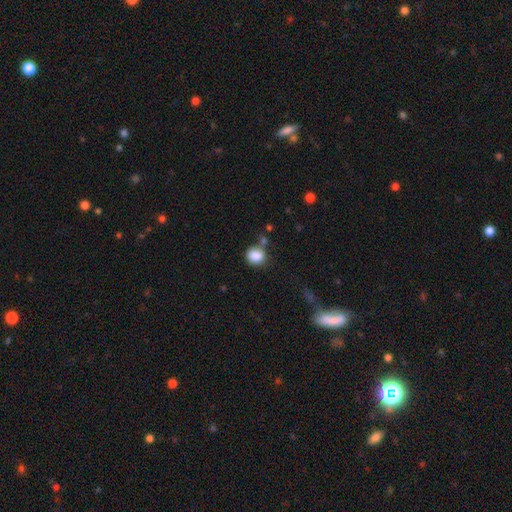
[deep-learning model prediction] smooth_or_featured: smooth (p=0.86) [alt: star or artifact p=0.09]
how_rounded: round (p=0.69) [alt: in between p=0.30]
merging: none (p=0.66) [alt: minor disturbance p=0.18]